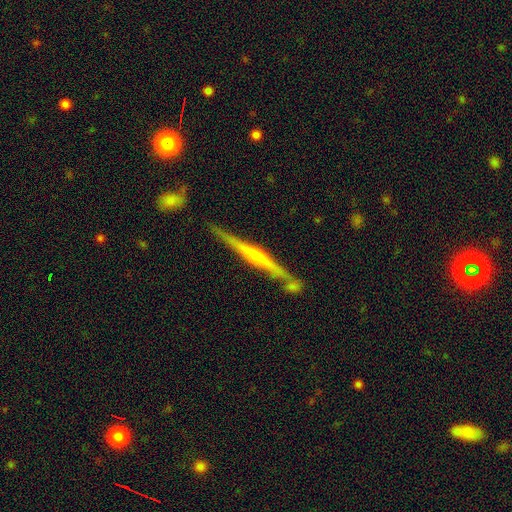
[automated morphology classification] Smooth or featured?
  - featured or disk: 80% *
  - smooth: 14%
  - star or artifact: 6%
Edge-on disk?
  - yes: 98% *
  - no: 2%
Edge-on bulge?
  - rounded: 72% *
  - none: 20%
  - boxy: 7%
Merging?
  - none: 81% *
  - minor disturbance: 11%
  - merger: 5%
  - major disturbance: 2%